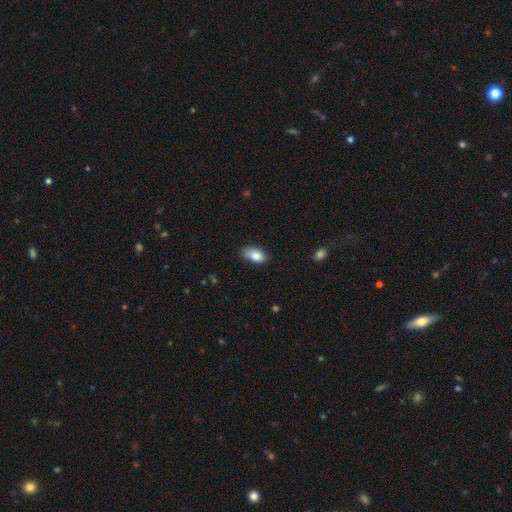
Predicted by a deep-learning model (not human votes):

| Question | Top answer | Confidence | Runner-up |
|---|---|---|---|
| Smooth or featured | smooth | 85% | featured or disk (7%) |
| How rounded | in between | 91% | cigar-shaped (5%) |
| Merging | none | 74% | minor disturbance (21%) |